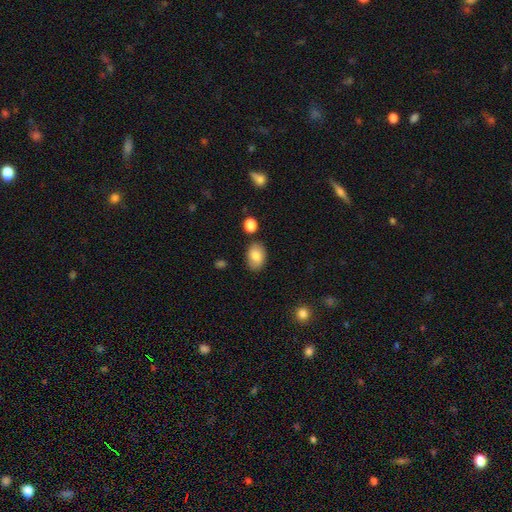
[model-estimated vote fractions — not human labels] smooth_or_featured: smooth (p=0.81) [alt: featured or disk p=0.11]
how_rounded: in between (p=0.84) [alt: round p=0.14]
merging: none (p=0.82) [alt: minor disturbance p=0.12]